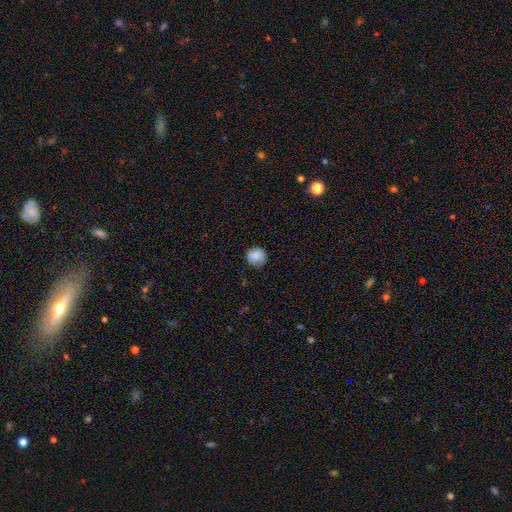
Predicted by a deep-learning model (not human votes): This appears to be a smooth galaxy with no disk features (75%) that is round (88%). Merging: none (73%).